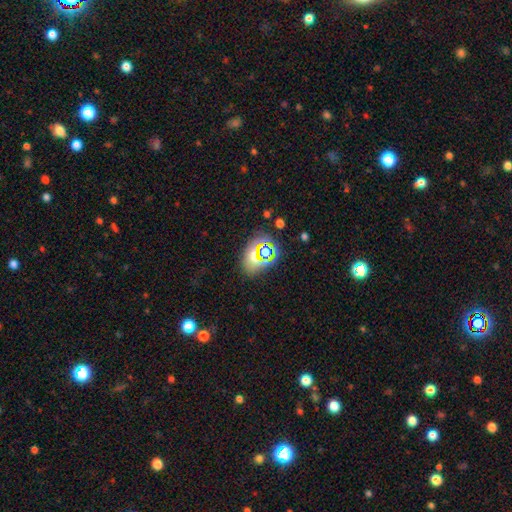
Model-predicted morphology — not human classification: Smooth or featured? star or artifact (45%)